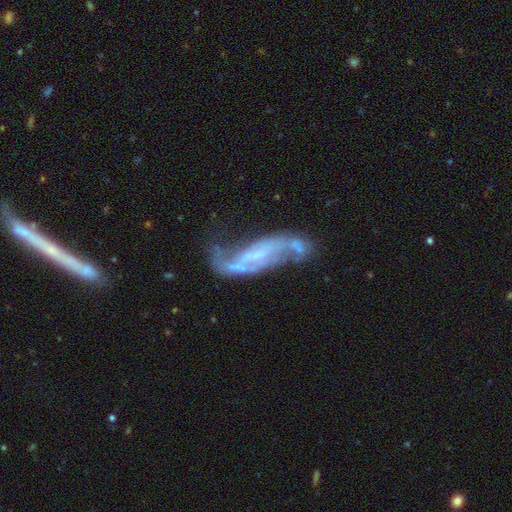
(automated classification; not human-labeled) A featured or disk galaxy (77%) with no bar (35%), 2 (77%) loose (60%) spiral arms (78%) and a small central bulge (43%).

Vote fractions:
- Smooth or featured? featured or disk: 77% / smooth: 14% / star or artifact: 8%
- Edge-on disk? no: 84% / yes: 16%
- Bar? no: 35% / weak: 33% / strong: 32%
- Spiral arms? yes: 78% / no: 22%
- Spiral winding? loose: 60% / medium: 28% / tight: 12%
- Spiral arm count? 2: 77% / can't tell: 13% / 1: 6% / 3: 2% / 4: 1% / more than 4: 1%
- Bulge size? small: 43% / none: 41% / moderate: 12% / large: 2% / dominant: 1%
- Merging? none: 36% / major disturbance: 25% / minor disturbance: 21% / merger: 17%